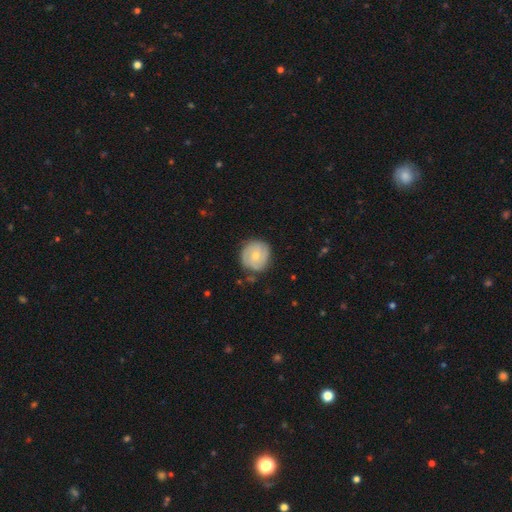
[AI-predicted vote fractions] Smooth or featured? Predicted: smooth (p=0.55). How rounded? Predicted: round (p=0.91). Merging? Predicted: none (p=0.78).